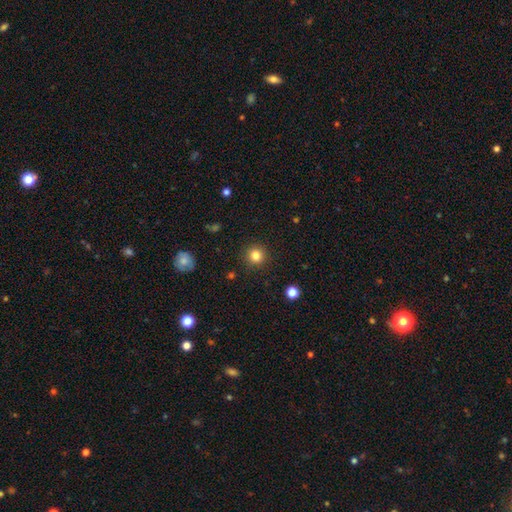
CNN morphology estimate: A smooth galaxy with no disk features (83%) that is round (94%).

Vote fractions:
- Smooth or featured? smooth: 83% / star or artifact: 12% / featured or disk: 6%
- How rounded? round: 94% / in between: 5% / cigar-shaped: 1%
- Merging? none: 91% / minor disturbance: 6% / major disturbance: 2% / merger: 1%